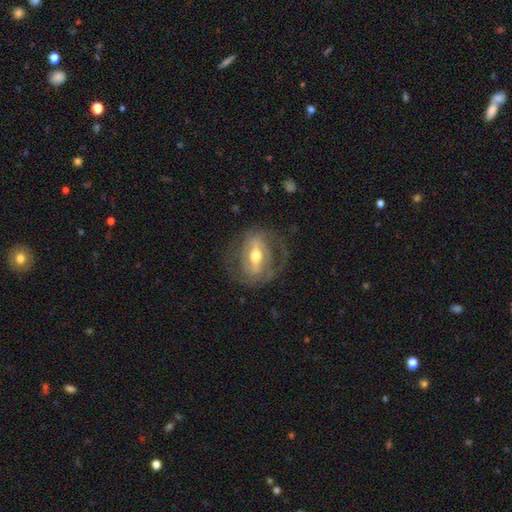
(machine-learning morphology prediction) smooth_or_featured: featured or disk (p=0.81) [alt: smooth p=0.14]
disk_edge_on: no (p=0.91) [alt: yes p=0.09]
bar: strong (p=0.60) [alt: weak p=0.27]
has_spiral_arms: yes (p=0.72) [alt: no p=0.28]
spiral_winding: tight (p=0.42) [alt: medium p=0.41]
spiral_arm_count: 2 (p=0.71) [alt: can't tell p=0.16]
bulge_size: moderate (p=0.73) [alt: small p=0.14]
merging: none (p=0.70) [alt: minor disturbance p=0.16]